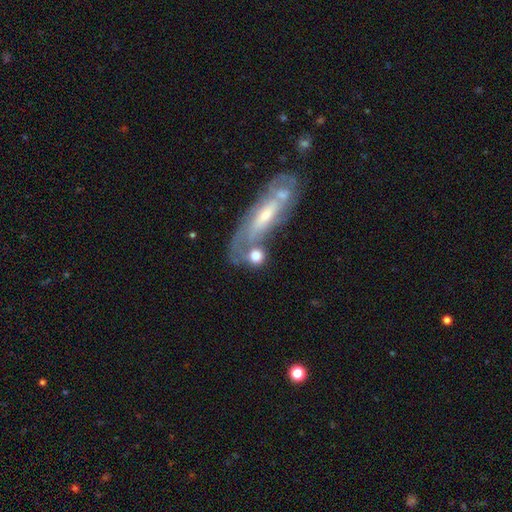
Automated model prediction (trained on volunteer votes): A smooth galaxy with no disk features (66%) that is round (67%). Merging: none (41%).